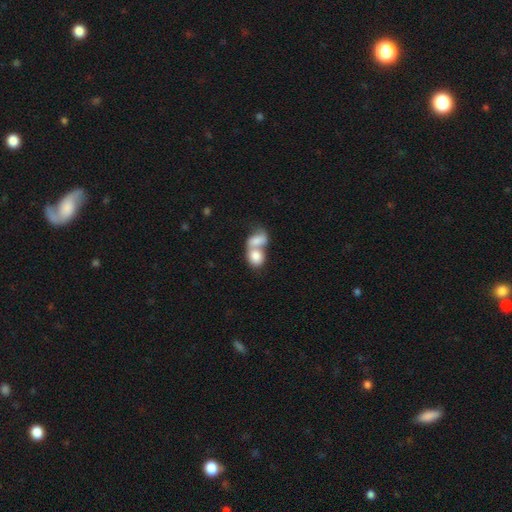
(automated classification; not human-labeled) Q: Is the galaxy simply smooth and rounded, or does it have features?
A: smooth — 78%.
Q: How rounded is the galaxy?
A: in between — 61%.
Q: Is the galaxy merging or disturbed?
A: merger — 76%.